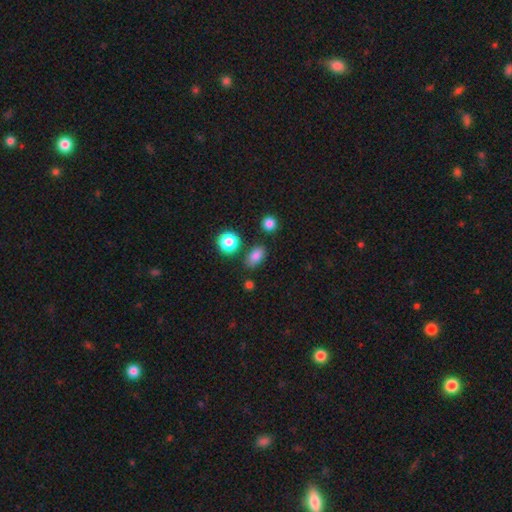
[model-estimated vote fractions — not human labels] Q: Smooth or featured?
A: smooth (82%); runner-up: star or artifact (12%)
Q: How rounded?
A: in between (79%); runner-up: round (17%)
Q: Merging?
A: none (78%); runner-up: minor disturbance (13%)